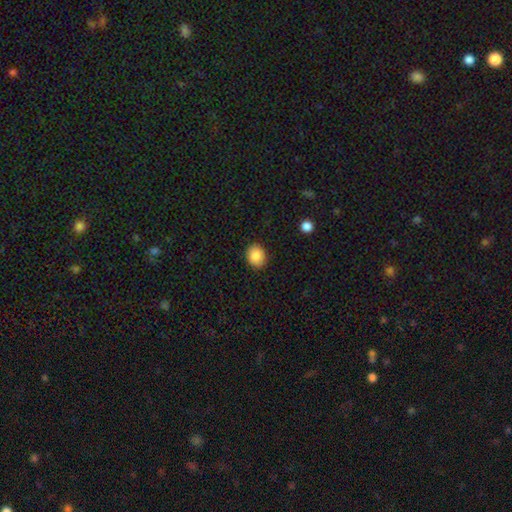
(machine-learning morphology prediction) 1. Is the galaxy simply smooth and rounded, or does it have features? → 88% smooth, 8% star or artifact, 4% featured or disk.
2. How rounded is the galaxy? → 59% round, 41% in between, 1% cigar-shaped.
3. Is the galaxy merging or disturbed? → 90% none, 7% minor disturbance, 2% major disturbance, 1% merger.